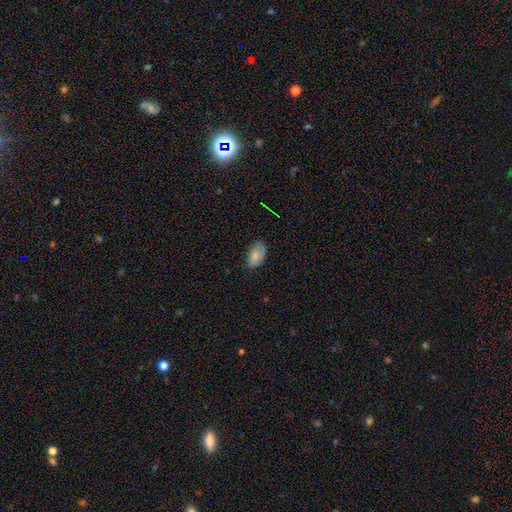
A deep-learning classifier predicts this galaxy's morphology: type=smooth (82%); roundness=in between (93%); merging=none (72%).